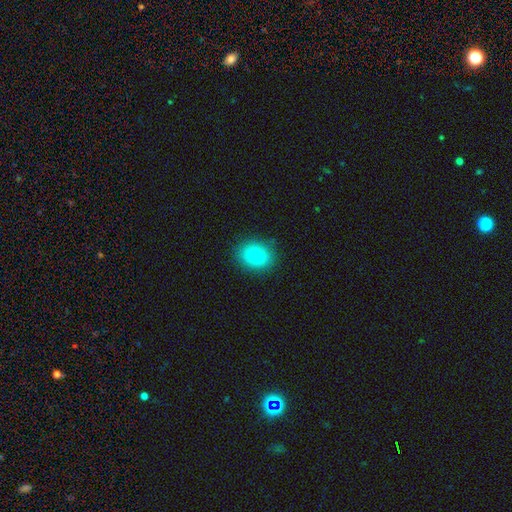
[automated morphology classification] Overall: smooth (81%). How rounded: round (52%; in between 47%). Merging: none (87%).